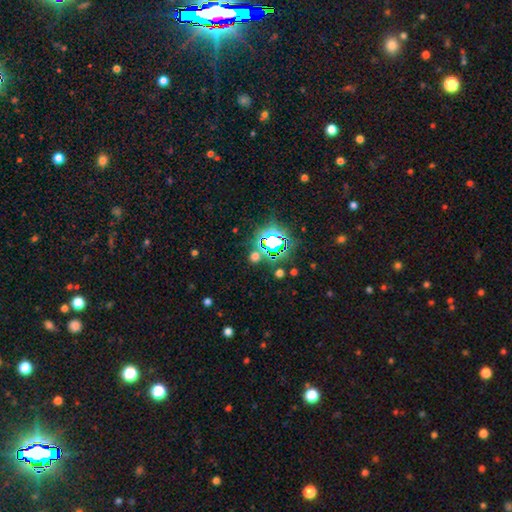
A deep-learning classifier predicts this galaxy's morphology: This appears to be a star or artifact, not a galaxy (57%).